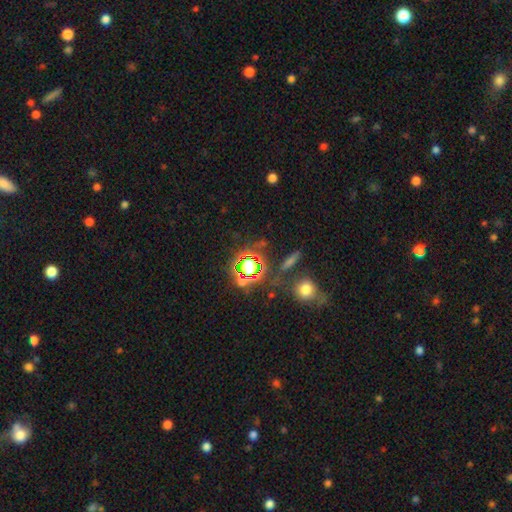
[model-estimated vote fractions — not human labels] star or artifact 70%, smooth 18%, featured or disk 12%.